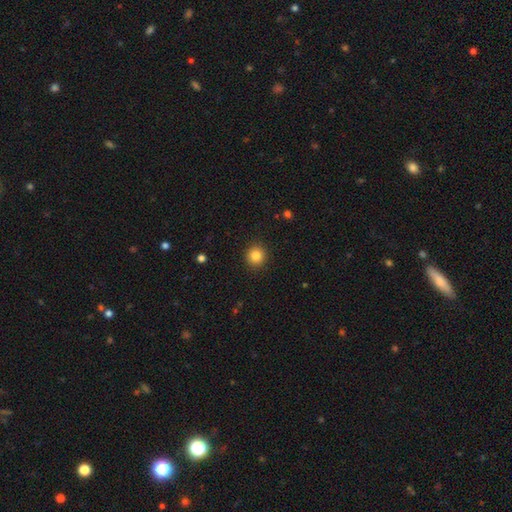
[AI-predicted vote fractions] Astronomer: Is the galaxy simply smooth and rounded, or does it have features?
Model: smooth — 85%.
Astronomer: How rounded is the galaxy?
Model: round — 93%.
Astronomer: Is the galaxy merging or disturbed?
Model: none — 91%.